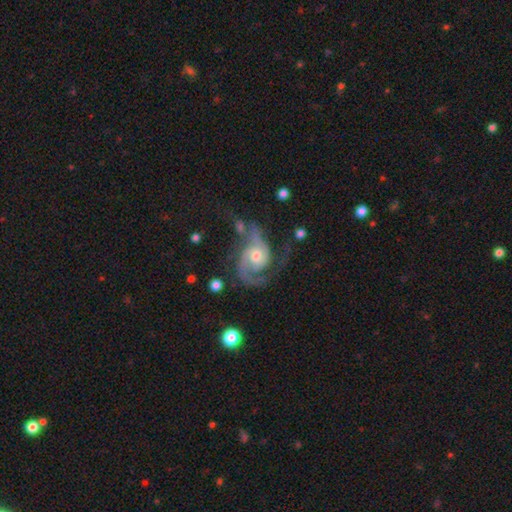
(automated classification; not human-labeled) Smooth or featured? Predicted: featured or disk (p=0.90). Edge-on disk? Predicted: no (p=0.97). Bar? Predicted: no (p=0.66). Spiral arms? Predicted: yes (p=0.97). Spiral winding? Predicted: medium (p=0.52). Spiral arm count? Predicted: 2 (p=0.80). Bulge size? Predicted: moderate (p=0.60). Merging? Predicted: none (p=0.53).